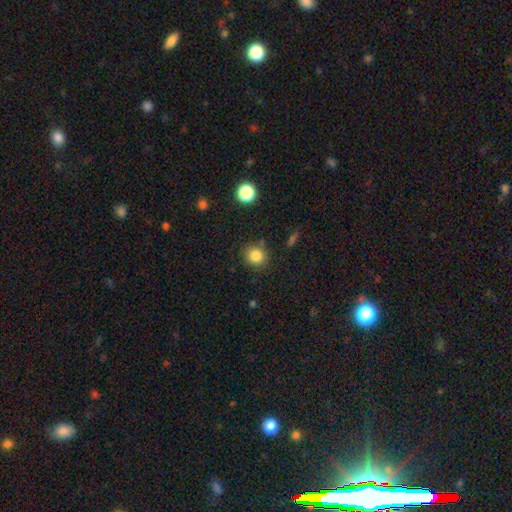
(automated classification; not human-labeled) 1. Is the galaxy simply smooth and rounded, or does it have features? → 84% smooth, 11% star or artifact, 5% featured or disk.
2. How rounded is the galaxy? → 82% round, 17% in between, 1% cigar-shaped.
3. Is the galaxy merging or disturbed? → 82% none, 11% minor disturbance, 4% merger, 3% major disturbance.